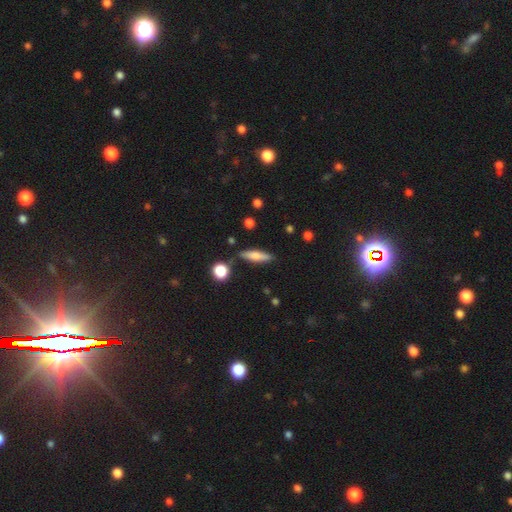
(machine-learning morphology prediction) smooth 62%, featured or disk 31%, star or artifact 8%. Down the decision tree: how rounded — cigar-shaped (70%); merging — none (80%).